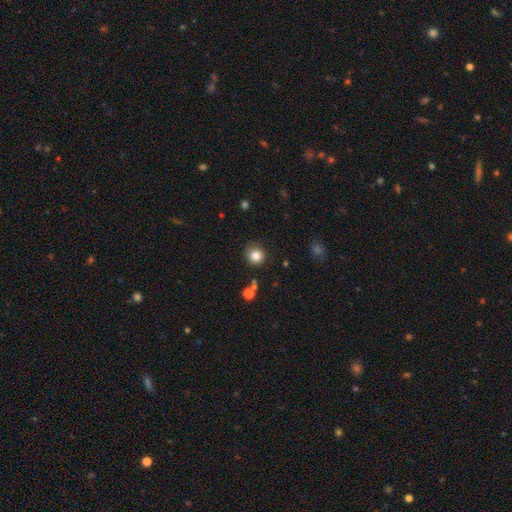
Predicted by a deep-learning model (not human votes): A smooth galaxy with no disk features (83%) that is round (91%).

Vote fractions:
- Smooth or featured? smooth: 83% / star or artifact: 11% / featured or disk: 6%
- How rounded? round: 91% / in between: 8% / cigar-shaped: 1%
- Merging? none: 84% / minor disturbance: 11% / major disturbance: 3% / merger: 3%